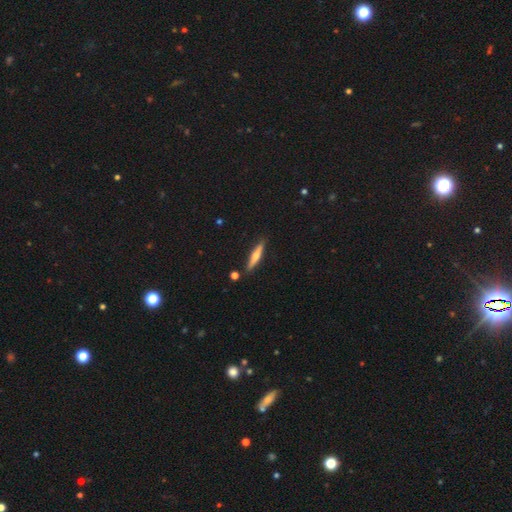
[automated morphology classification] This is possibly a featured or disk galaxy (50%). Merging: clearly none (86%).